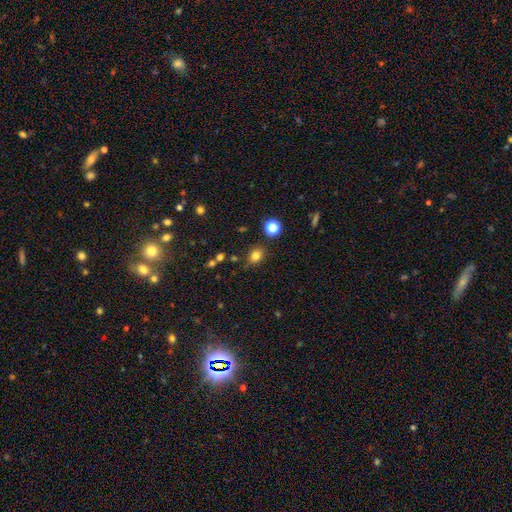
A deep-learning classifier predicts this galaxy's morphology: Smooth or featured?
  - smooth: 79% *
  - star or artifact: 15%
  - featured or disk: 6%
How rounded?
  - round: 50% *
  - in between: 48%
  - cigar-shaped: 1%
Merging?
  - none: 79% *
  - minor disturbance: 13%
  - merger: 4%
  - major disturbance: 4%